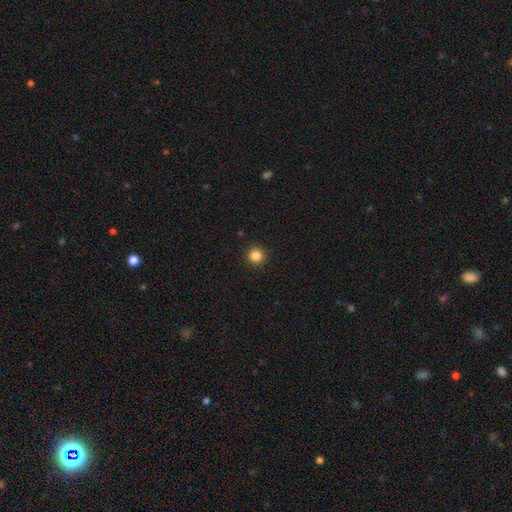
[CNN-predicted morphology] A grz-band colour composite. It shows a smooth galaxy with no disk features (85%) that is round (96%). Merging: none (93%).